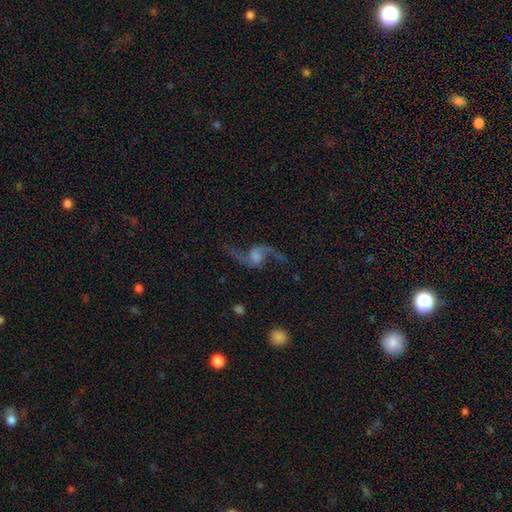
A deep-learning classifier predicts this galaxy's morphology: featured or disk 87%, star or artifact 7%, smooth 6%. Down the decision tree: edge-on disk — no (96%); bar — no (50%); spiral arms — yes (96%); spiral arm count — 2 (94%); spiral winding — loose (90%); bulge size — none (34%); merging — none (72%).